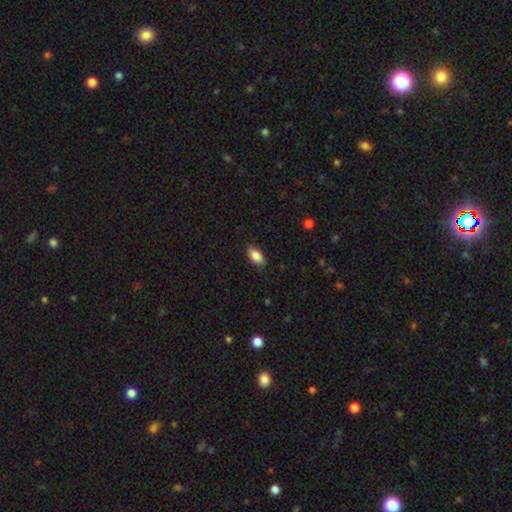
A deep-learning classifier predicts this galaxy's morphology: smooth-or-featured: smooth: 86% | featured or disk: 7% | star or artifact: 7%
  how-rounded: in between: 91% | cigar-shaped: 5% | round: 4%
  merging: none: 84% | minor disturbance: 12% | major disturbance: 2% | merger: 1%